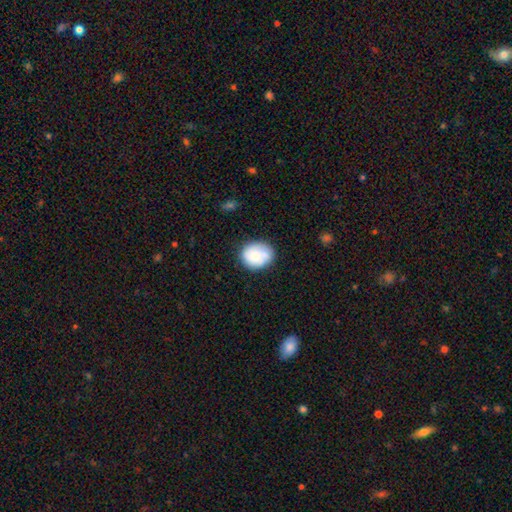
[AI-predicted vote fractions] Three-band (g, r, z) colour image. It shows a smooth galaxy with no disk features (71%) that is round (59%). Merging: none (67%).